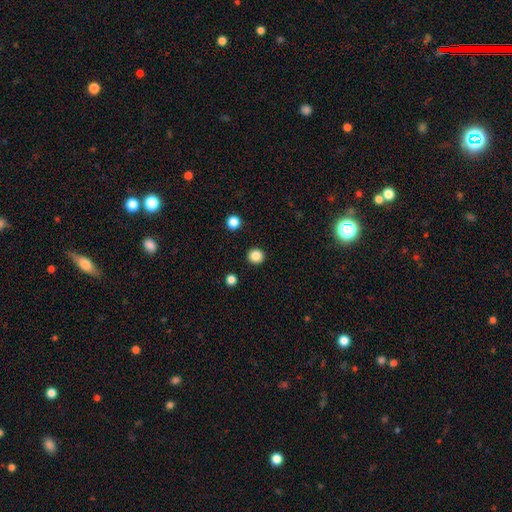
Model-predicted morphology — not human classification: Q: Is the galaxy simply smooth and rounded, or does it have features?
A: smooth — 86%.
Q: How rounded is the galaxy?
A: round — 92%.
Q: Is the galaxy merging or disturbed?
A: none — 93%.